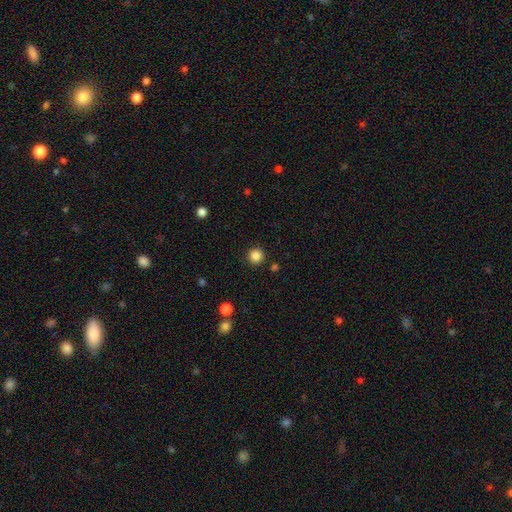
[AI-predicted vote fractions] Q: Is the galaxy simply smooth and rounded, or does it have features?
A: smooth — 85%.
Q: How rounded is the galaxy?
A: round — 95%.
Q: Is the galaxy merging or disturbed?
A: none — 90%.